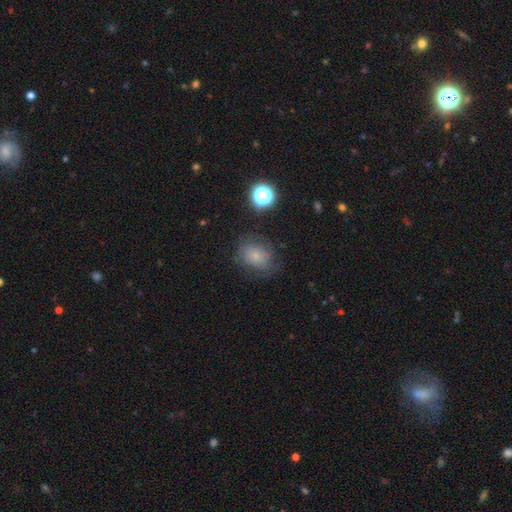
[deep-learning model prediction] smooth 69%, featured or disk 16%, star or artifact 15%. Down the decision tree: how rounded — in between (53%); merging — none (64%).